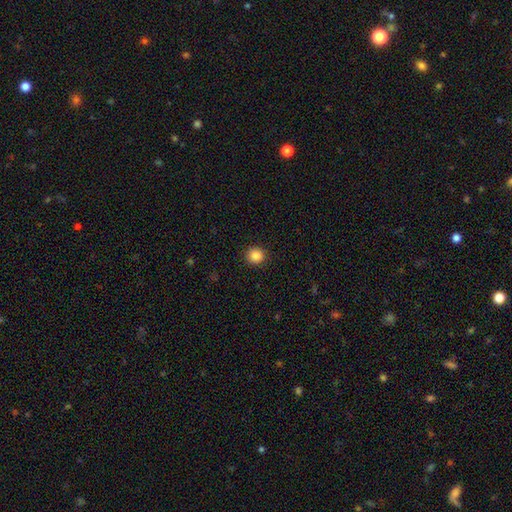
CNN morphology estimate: The model was most divided on "smooth or featured": smooth: 87%, star or artifact: 10%, featured or disk: 3%. More confident: how rounded — round (93%); merging — none (92%).